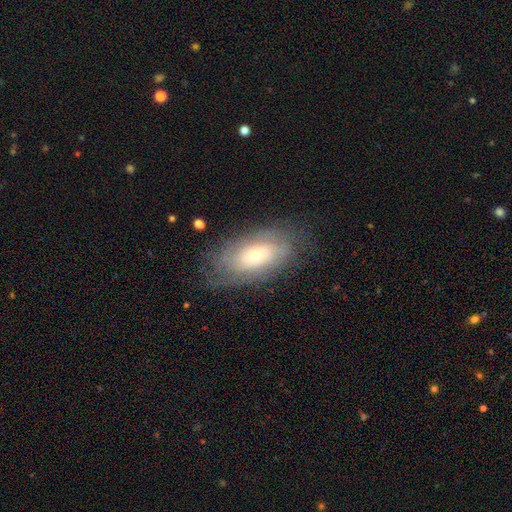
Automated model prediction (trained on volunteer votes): This appears to be a featured or disk galaxy (55%). Merging: none (72%).